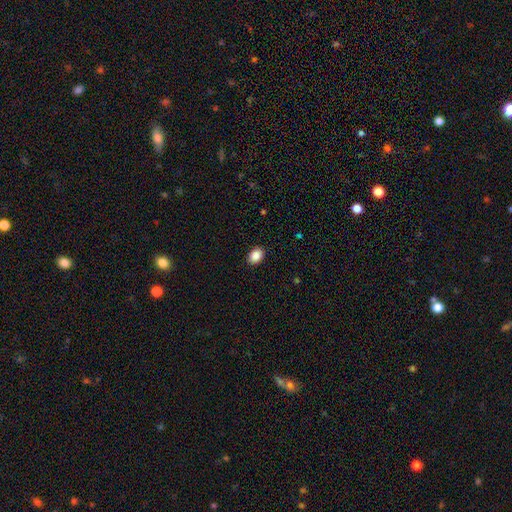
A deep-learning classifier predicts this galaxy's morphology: Smooth or featured?
  - smooth: 88% *
  - star or artifact: 8%
  - featured or disk: 4%
How rounded?
  - in between: 69% *
  - round: 30%
  - cigar-shaped: 1%
Merging?
  - none: 90% *
  - minor disturbance: 7%
  - major disturbance: 2%
  - merger: 1%